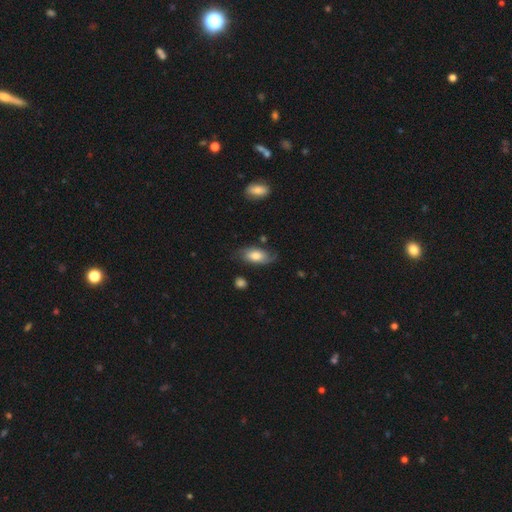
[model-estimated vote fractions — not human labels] This appears to be a smooth galaxy with no disk features (53%) that is in between round and cigar-shaped (90%). Merging: none (66%).